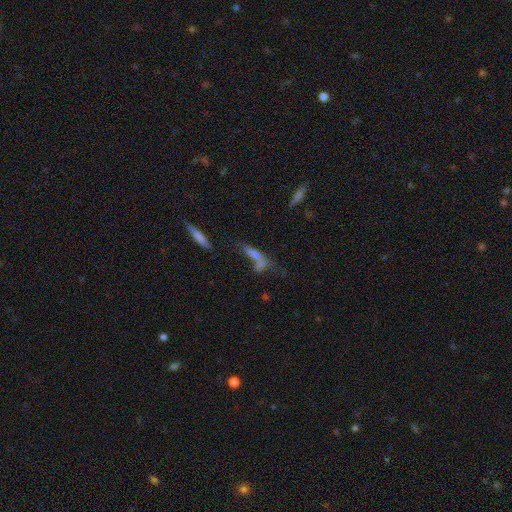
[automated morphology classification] smooth 58%, featured or disk 28%, star or artifact 14%. Down the decision tree: how rounded — cigar-shaped (60%); merging — merger (41%).